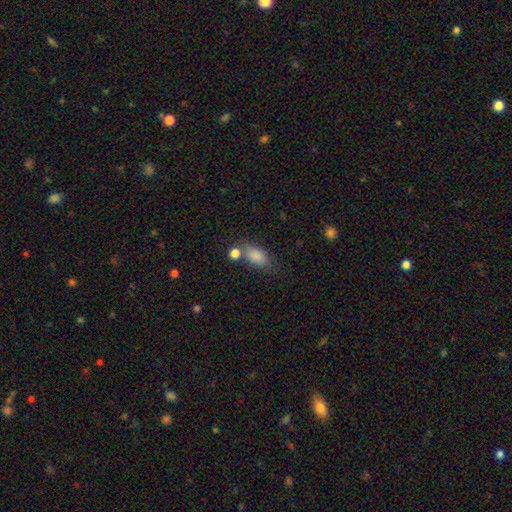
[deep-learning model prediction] Morphology: type=smooth (85%); roundness=in between (85%); merging=none (56%).